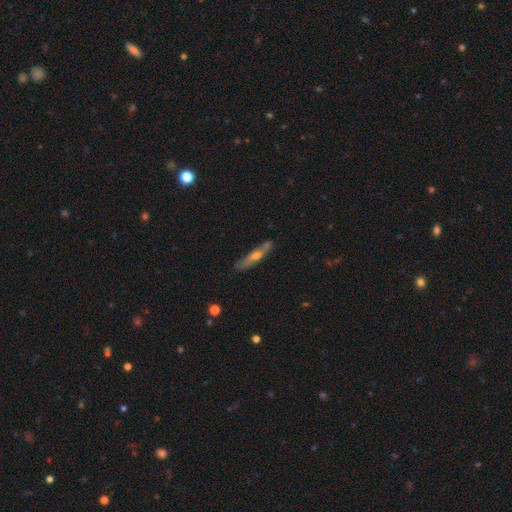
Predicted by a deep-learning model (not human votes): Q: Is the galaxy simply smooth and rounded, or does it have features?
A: featured or disk — 51%.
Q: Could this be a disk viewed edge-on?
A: yes — 77%.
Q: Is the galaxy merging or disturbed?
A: none — 69%.